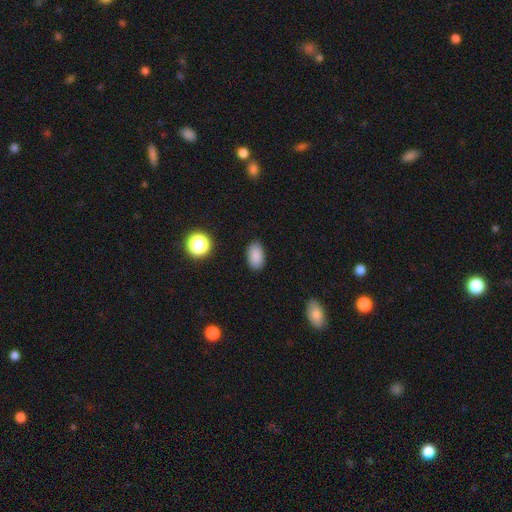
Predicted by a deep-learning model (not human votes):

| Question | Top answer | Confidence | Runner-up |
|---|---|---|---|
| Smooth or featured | smooth | 87% | star or artifact (9%) |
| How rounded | in between | 92% | round (6%) |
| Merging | none | 88% | minor disturbance (9%) |